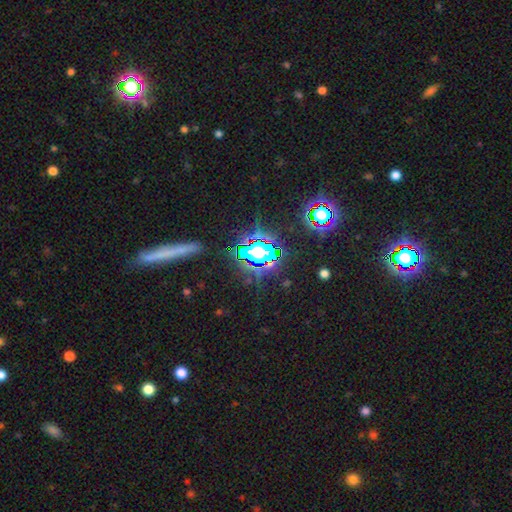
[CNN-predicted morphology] Smooth or featured: star or artifact — 69% (smooth — 20%)